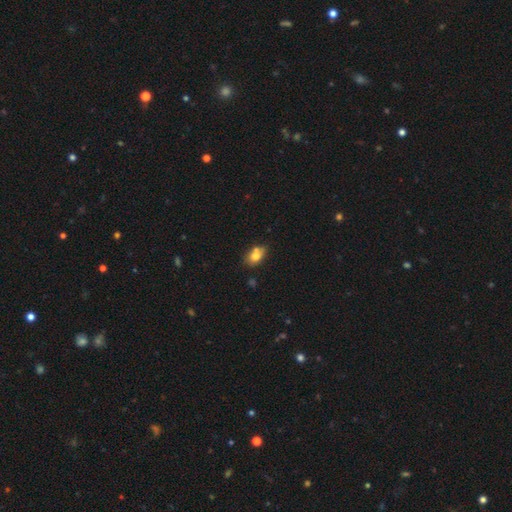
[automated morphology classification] smooth-or-featured: smooth: 73% | featured or disk: 18% | star or artifact: 10%
  how-rounded: in between: 75% | round: 23% | cigar-shaped: 2%
  merging: none: 51% | merger: 24% | minor disturbance: 20% | major disturbance: 5%